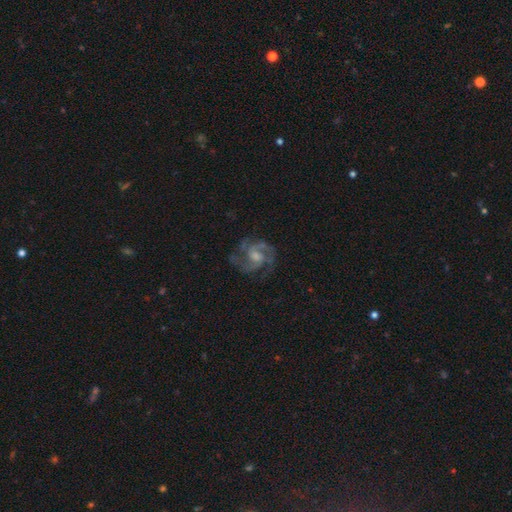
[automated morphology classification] featured or disk 87%, star or artifact 7%, smooth 6%. Down the decision tree: edge-on disk — no (98%); bar — no (50%); spiral arms — yes (97%); spiral arm count — 3 (41%); spiral winding — medium (53%); bulge size — moderate (49%); merging — none (74%).